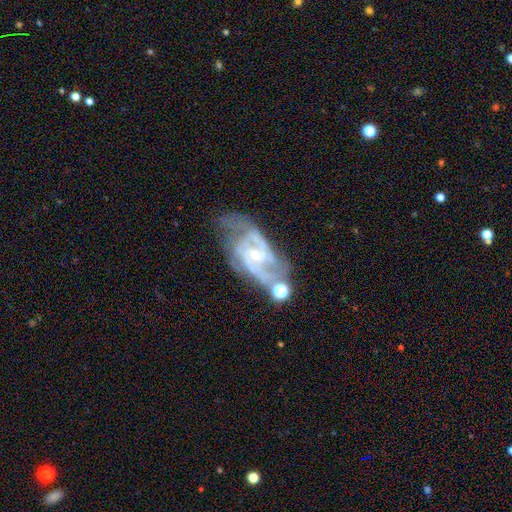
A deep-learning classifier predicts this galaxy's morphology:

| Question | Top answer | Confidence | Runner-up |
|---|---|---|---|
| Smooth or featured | featured or disk | 88% | star or artifact (7%) |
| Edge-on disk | no | 96% | yes (4%) |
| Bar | no | 45% | weak (41%) |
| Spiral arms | yes | 97% | no (3%) |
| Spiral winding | medium | 52% | tight (34%) |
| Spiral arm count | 2 | 52% | 3 (21%) |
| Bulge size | small | 68% | moderate (27%) |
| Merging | none | 50% | minor disturbance (23%) |